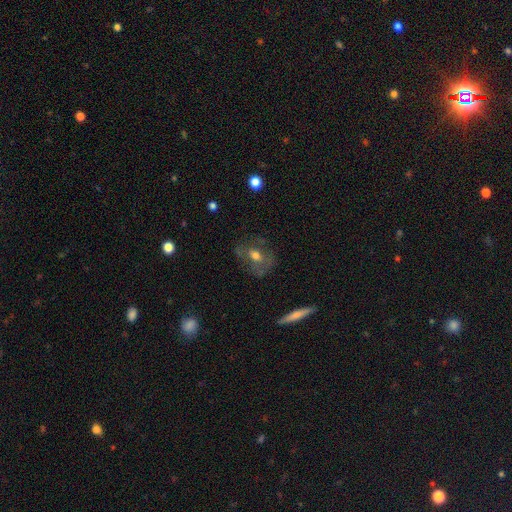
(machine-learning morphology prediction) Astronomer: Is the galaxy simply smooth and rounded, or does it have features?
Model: featured or disk — 52% (runner-up: smooth, 39%).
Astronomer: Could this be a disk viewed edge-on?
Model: no — 92%.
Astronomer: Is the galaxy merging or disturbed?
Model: none — 61%.